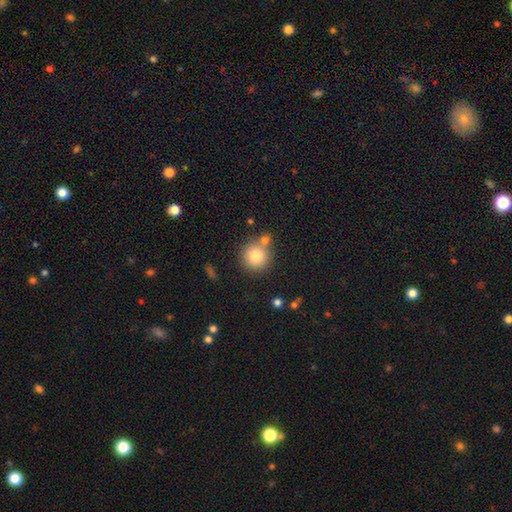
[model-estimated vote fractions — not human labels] This appears to be a smooth galaxy with no disk features (81%) that is round (92%). Merging: none (67%).